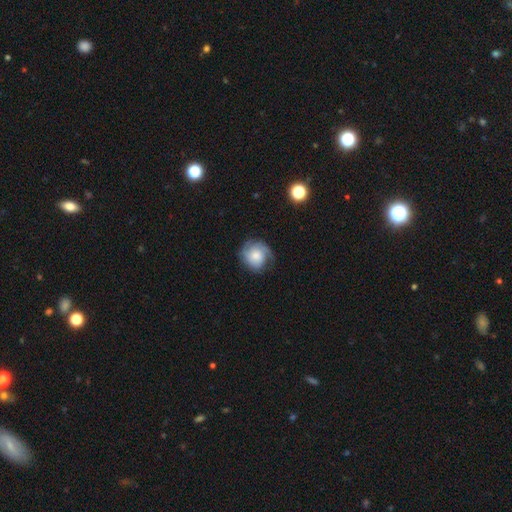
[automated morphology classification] Overall: featured or disk (47%; smooth 46%). Merging: none (62%; minor disturbance 24%).